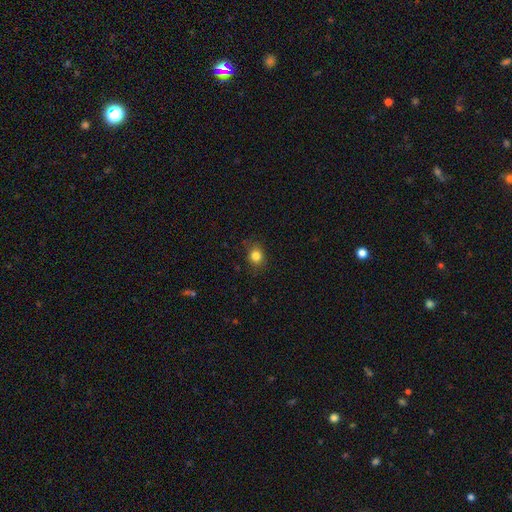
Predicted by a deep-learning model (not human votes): Overall: smooth (83%). How rounded: round (68%; in between 31%). Merging: none (83%).